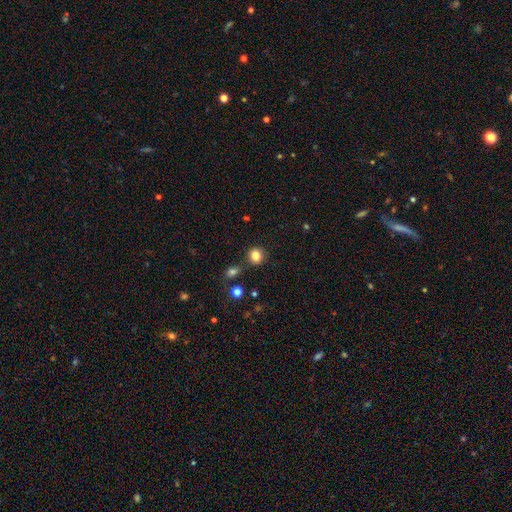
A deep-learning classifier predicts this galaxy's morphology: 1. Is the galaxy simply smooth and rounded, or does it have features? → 83% smooth, 11% star or artifact, 6% featured or disk.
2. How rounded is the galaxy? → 86% round, 13% in between, 1% cigar-shaped.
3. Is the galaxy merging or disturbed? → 83% none, 9% minor disturbance, 6% merger, 3% major disturbance.